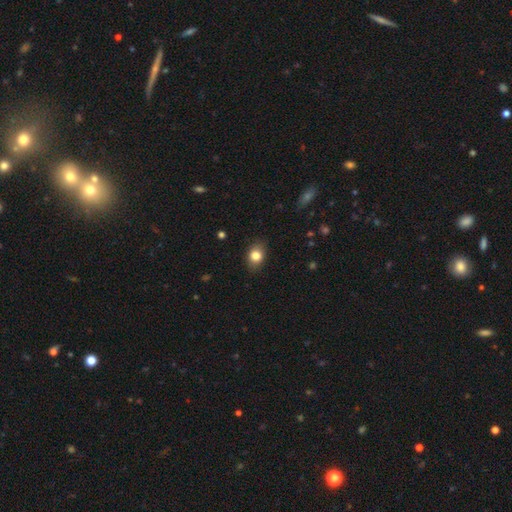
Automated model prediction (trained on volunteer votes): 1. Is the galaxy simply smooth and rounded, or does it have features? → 82% smooth, 9% star or artifact, 9% featured or disk.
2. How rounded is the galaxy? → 64% in between, 35% round, 1% cigar-shaped.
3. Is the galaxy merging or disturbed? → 83% none, 13% minor disturbance, 3% major disturbance, 1% merger.